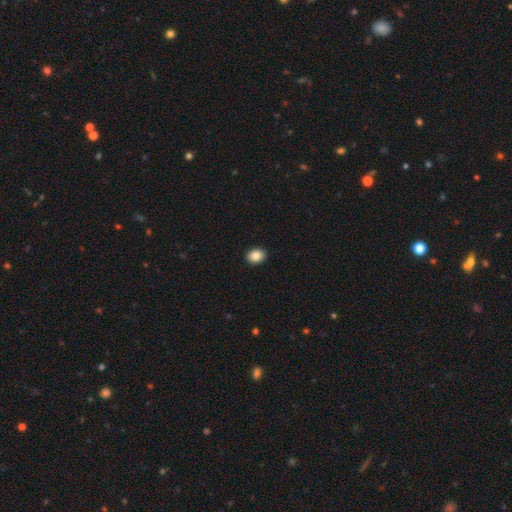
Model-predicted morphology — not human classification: smooth-or-featured: smooth: 87% | star or artifact: 8% | featured or disk: 5%
  how-rounded: in between: 55% | round: 44% | cigar-shaped: 1%
  merging: none: 92% | minor disturbance: 5% | major disturbance: 2% | merger: 1%